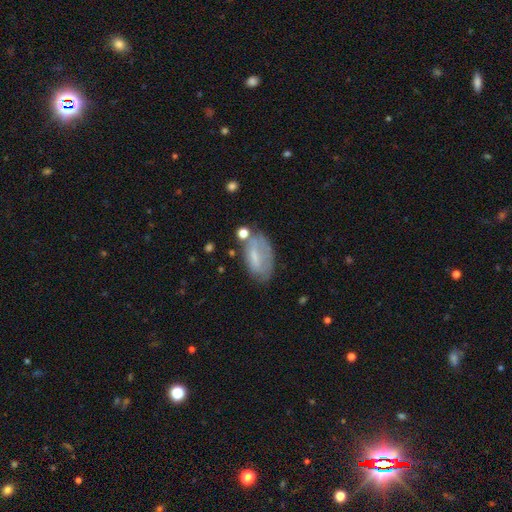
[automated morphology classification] Q: Smooth or featured?
A: smooth (53%); runner-up: featured or disk (39%)
Q: How rounded?
A: in between (89%); runner-up: cigar-shaped (6%)
Q: Merging?
A: none (49%); runner-up: minor disturbance (29%)